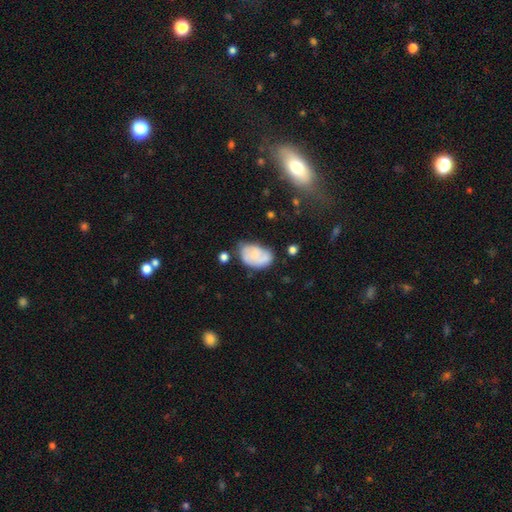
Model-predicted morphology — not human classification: A smooth galaxy with no disk features (56%) that is in between round and cigar-shaped (88%).

Vote fractions:
- Smooth or featured? smooth: 56% / featured or disk: 36% / star or artifact: 8%
- How rounded? in between: 88% / round: 11% / cigar-shaped: 1%
- Merging? none: 46% / minor disturbance: 34% / major disturbance: 12% / merger: 8%